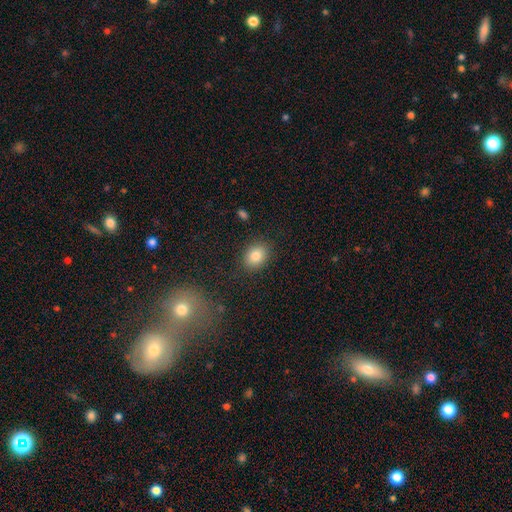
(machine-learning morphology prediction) The model was most divided on "how rounded": in between: 61%, round: 38%, cigar-shaped: 1%. More confident: merging — none (85%); smooth or featured — smooth (83%).